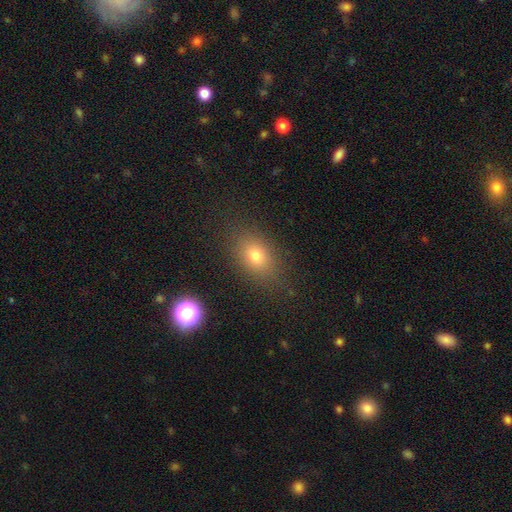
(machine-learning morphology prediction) A smooth galaxy with no disk features (75%) that is in between round and cigar-shaped (73%). Merging: none (84%).